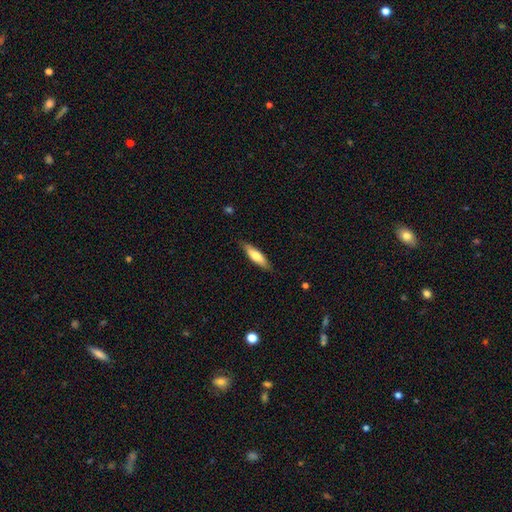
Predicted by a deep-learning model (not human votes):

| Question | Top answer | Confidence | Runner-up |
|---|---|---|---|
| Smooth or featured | smooth | 69% | featured or disk (25%) |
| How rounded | cigar-shaped | 68% | in between (31%) |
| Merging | none | 85% | minor disturbance (12%) |